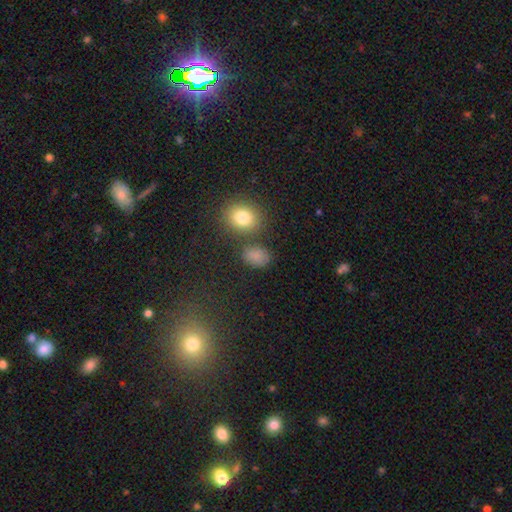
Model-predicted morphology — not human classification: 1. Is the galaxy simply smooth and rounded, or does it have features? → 79% smooth, 15% star or artifact, 6% featured or disk.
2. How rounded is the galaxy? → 62% in between, 36% round, 2% cigar-shaped.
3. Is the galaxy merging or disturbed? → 71% none, 15% minor disturbance, 8% merger, 6% major disturbance.